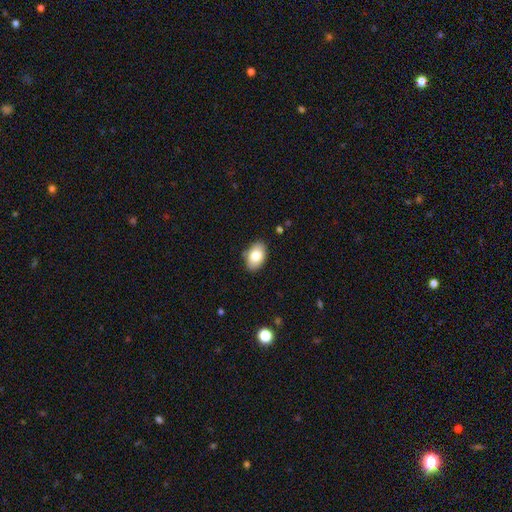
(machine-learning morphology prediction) type=smooth (80%); roundness=in between (90%); merging=none (86%).